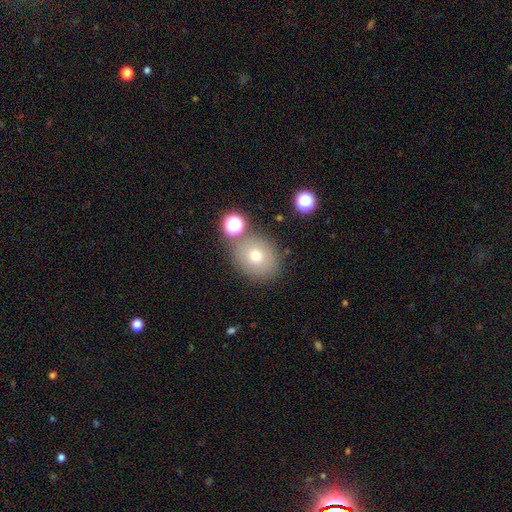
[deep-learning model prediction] The model was most divided on "how rounded": round: 71%, in between: 28%, cigar-shaped: 1%. More confident: merging — none (75%); smooth or featured — smooth (70%).